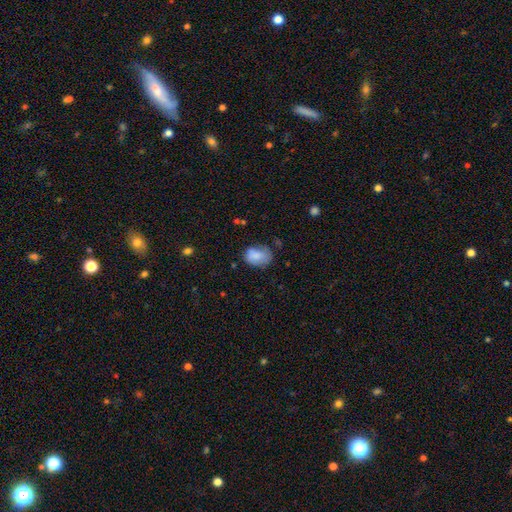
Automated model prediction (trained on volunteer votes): Overall: smooth (82%). How rounded: in between (72%). Merging: none (54%; minor disturbance 32%).